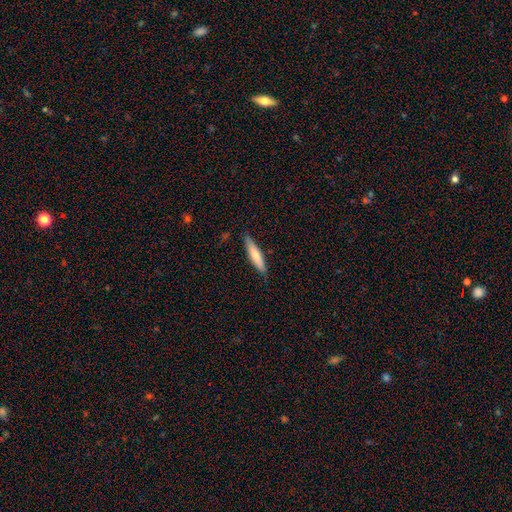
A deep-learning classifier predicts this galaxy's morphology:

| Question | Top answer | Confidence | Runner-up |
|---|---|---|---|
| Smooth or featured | smooth | 71% | featured or disk (23%) |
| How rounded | cigar-shaped | 81% | in between (17%) |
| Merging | none | 86% | minor disturbance (11%) |